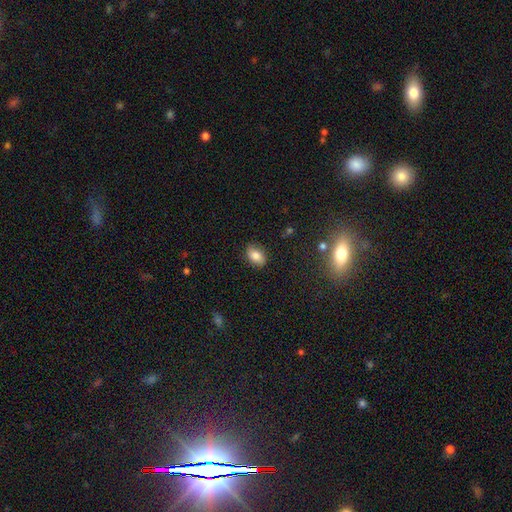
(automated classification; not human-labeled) Q: Smooth or featured?
A: smooth (78%); runner-up: featured or disk (13%)
Q: How rounded?
A: in between (85%); runner-up: round (13%)
Q: Merging?
A: none (83%); runner-up: minor disturbance (13%)